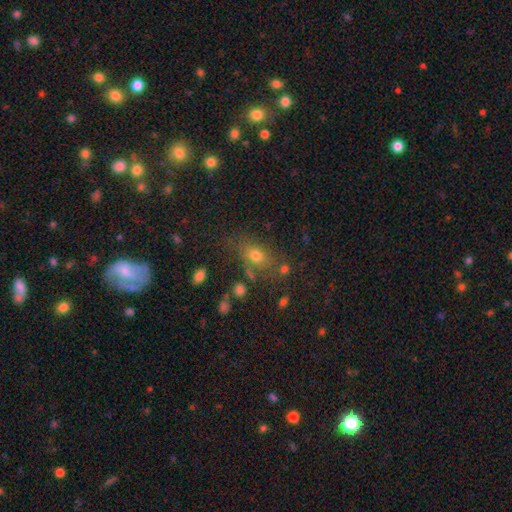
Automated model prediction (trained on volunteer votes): A smooth galaxy with no disk features (70%) that is in between round and cigar-shaped (69%). Merging: none (68%).